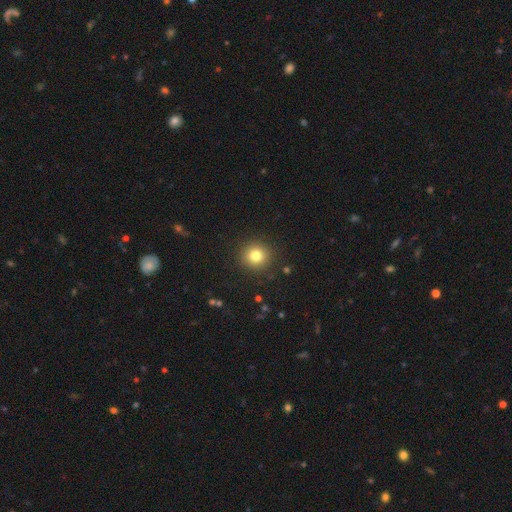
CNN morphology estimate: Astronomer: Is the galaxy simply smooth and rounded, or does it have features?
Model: smooth — 80%.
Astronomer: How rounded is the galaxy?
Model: round — 93%.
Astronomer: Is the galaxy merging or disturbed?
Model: none — 91%.